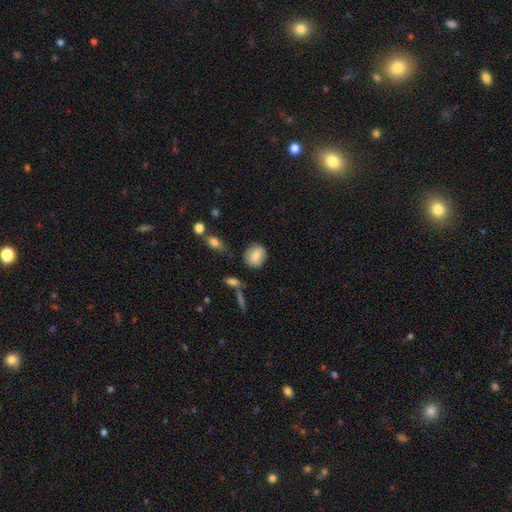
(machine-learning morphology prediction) smooth-or-featured: smooth: 79% | featured or disk: 13% | star or artifact: 8%
  how-rounded: round: 69% | in between: 29% | cigar-shaped: 2%
  merging: none: 79% | minor disturbance: 13% | major disturbance: 4% | merger: 4%